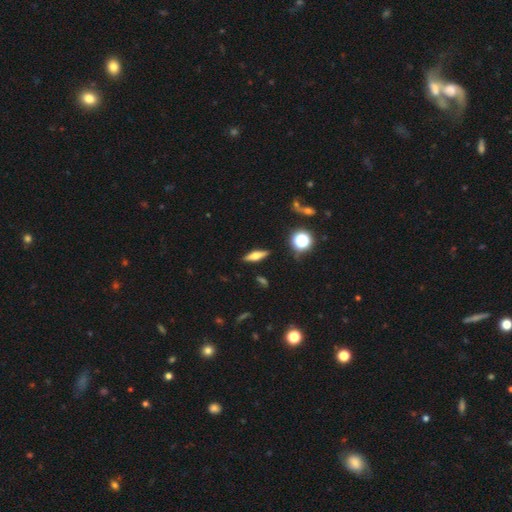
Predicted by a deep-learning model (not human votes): Smooth or featured: smooth — 48% (featured or disk — 41%)
Merging: none — 88% (minor disturbance — 8%)